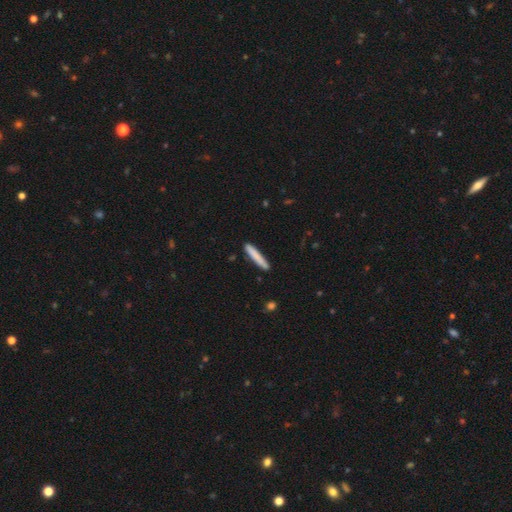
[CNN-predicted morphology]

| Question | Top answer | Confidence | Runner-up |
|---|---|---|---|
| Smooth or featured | smooth | 80% | featured or disk (15%) |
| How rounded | cigar-shaped | 93% | in between (5%) |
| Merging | none | 85% | minor disturbance (11%) |